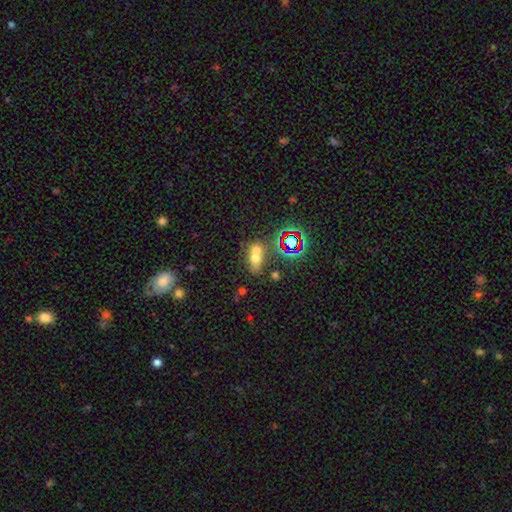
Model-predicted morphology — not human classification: Smooth or featured?
  - smooth: 57% *
  - star or artifact: 22%
  - featured or disk: 21%
How rounded?
  - in between: 59% *
  - round: 37%
  - cigar-shaped: 4%
Merging?
  - merger: 58% *
  - none: 28%
  - minor disturbance: 9%
  - major disturbance: 5%